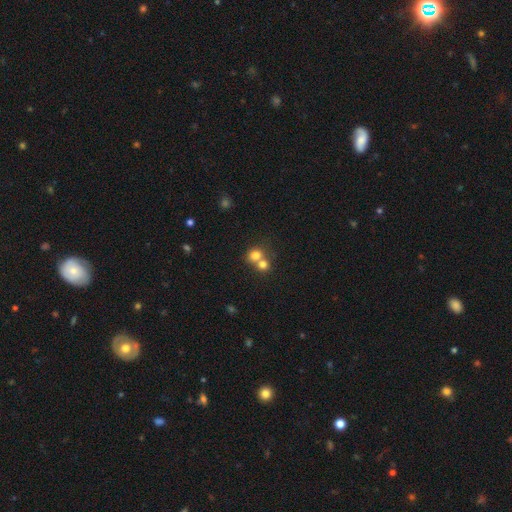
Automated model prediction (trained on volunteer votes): Smooth or featured: smooth — 76% (star or artifact — 12%)
How rounded: round — 76% (in between — 23%)
Merging: merger — 57% (none — 35%)